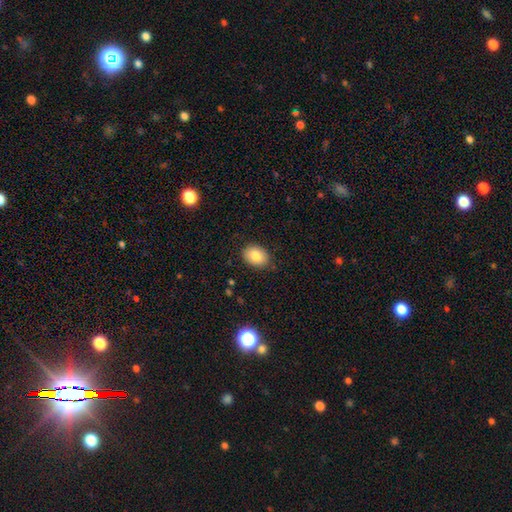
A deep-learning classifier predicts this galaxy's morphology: A smooth galaxy with no disk features (83%) that is in between round and cigar-shaped (71%).

Vote fractions:
- Smooth or featured? smooth: 83% / featured or disk: 9% / star or artifact: 8%
- How rounded? in between: 71% / round: 28% / cigar-shaped: 1%
- Merging? none: 86% / minor disturbance: 11% / major disturbance: 2% / merger: 1%